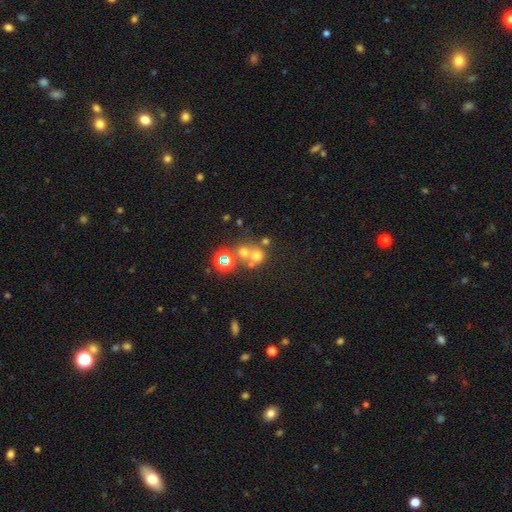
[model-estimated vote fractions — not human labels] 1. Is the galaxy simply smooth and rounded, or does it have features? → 57% smooth, 27% star or artifact, 17% featured or disk.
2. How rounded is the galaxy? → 85% round, 14% in between, 1% cigar-shaped.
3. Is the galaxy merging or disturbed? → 47% none, 41% merger, 7% minor disturbance, 4% major disturbance.